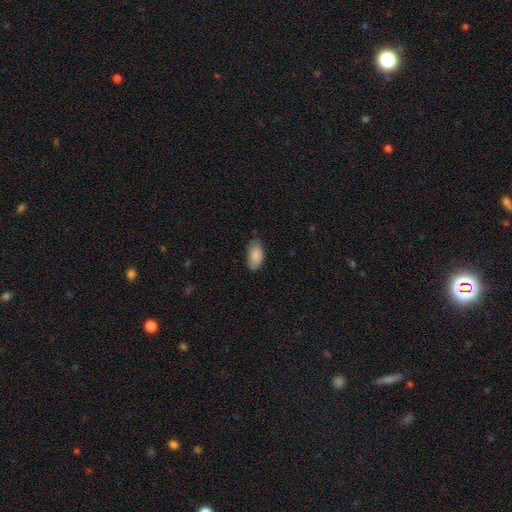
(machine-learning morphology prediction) smooth-or-featured: smooth: 87% | featured or disk: 7% | star or artifact: 6%
  how-rounded: in between: 94% | cigar-shaped: 3% | round: 3%
  merging: none: 72% | minor disturbance: 23% | major disturbance: 4% | merger: 1%